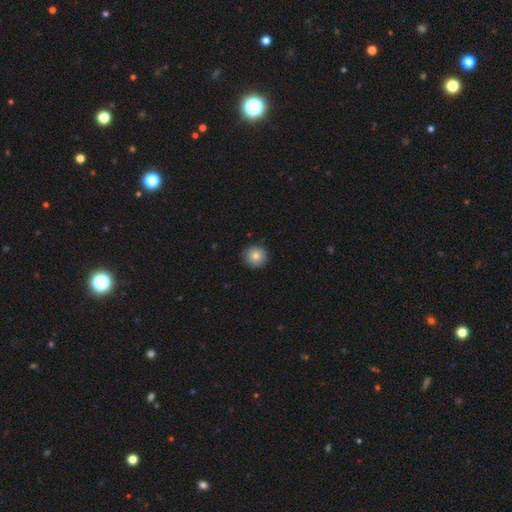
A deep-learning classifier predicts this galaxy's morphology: Overall: smooth (80%). How rounded: round (94%). Merging: none (90%).